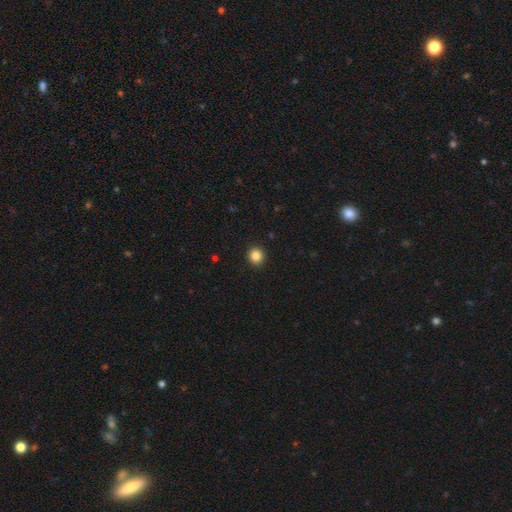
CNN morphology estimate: Smooth or featured? smooth (86%)
How rounded? round (93%)
Merging? none (93%)